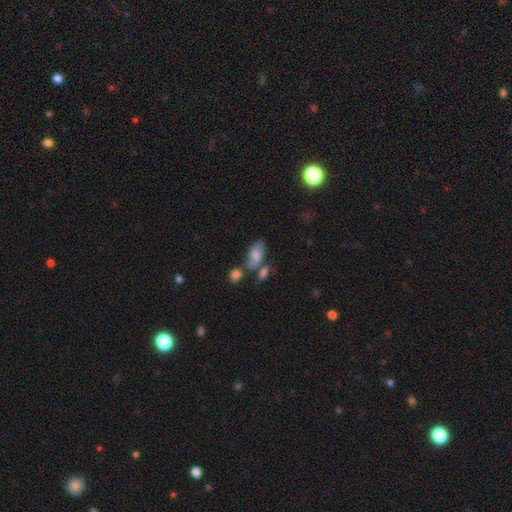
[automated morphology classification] smooth-or-featured: smooth: 71% | featured or disk: 21% | star or artifact: 9%
  how-rounded: in between: 89% | cigar-shaped: 6% | round: 6%
  merging: none: 44% | merger: 27% | minor disturbance: 20% | major disturbance: 9%